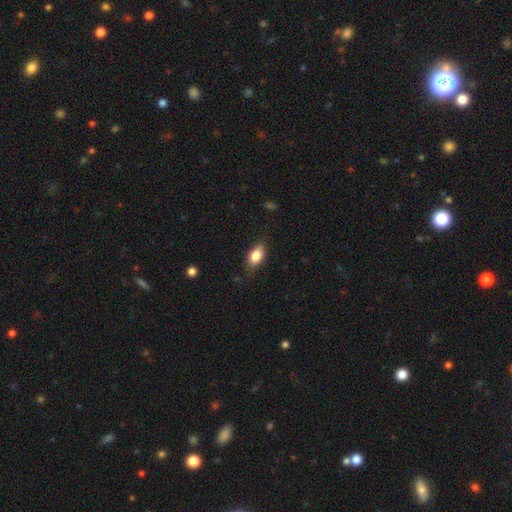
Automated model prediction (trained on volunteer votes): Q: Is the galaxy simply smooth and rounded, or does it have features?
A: smooth — 82%.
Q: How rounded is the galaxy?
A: in between — 86%.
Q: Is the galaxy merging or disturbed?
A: none — 77%.